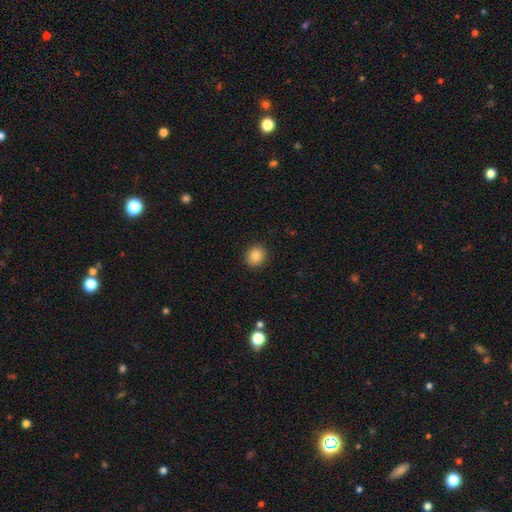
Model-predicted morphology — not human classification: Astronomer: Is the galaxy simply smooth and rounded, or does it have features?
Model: smooth — 84%.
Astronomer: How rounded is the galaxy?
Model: round — 84%.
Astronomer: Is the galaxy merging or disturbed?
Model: none — 91%.